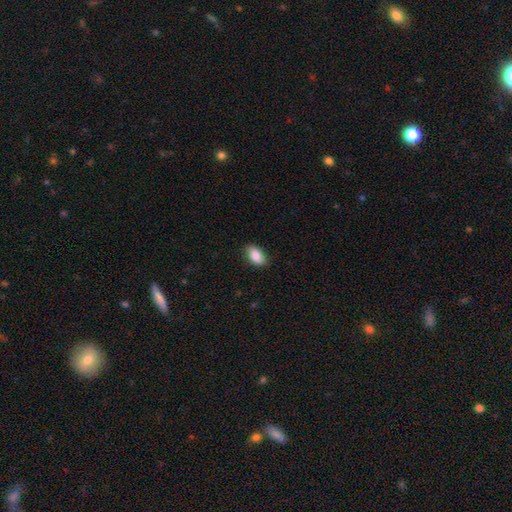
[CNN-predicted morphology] Smooth or featured? Predicted: smooth (p=0.86). How rounded? Predicted: in between (p=0.92). Merging? Predicted: none (p=0.86).